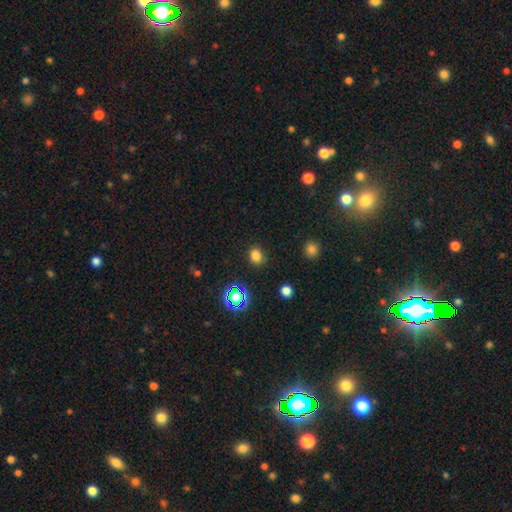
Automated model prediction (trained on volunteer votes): Q: Smooth or featured?
A: smooth (76%); runner-up: star or artifact (19%)
Q: How rounded?
A: round (65%); runner-up: in between (34%)
Q: Merging?
A: none (82%); runner-up: minor disturbance (12%)